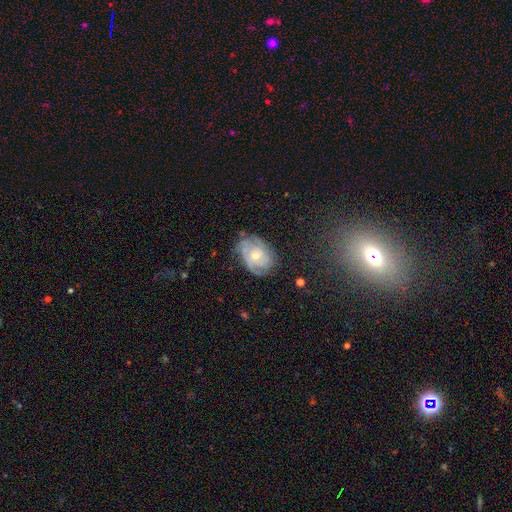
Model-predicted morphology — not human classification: Smooth or featured: featured or disk — 70% (smooth — 22%)
Edge-on disk: no — 97% (yes — 3%)
Bar: no — 78% (weak — 19%)
Spiral arms: yes — 86% (no — 14%)
Spiral winding: tight — 55% (medium — 33%)
Spiral arm count: can't tell — 43% (3 — 19%)
Bulge size: small — 50% (moderate — 46%)
Merging: none — 65% (minor disturbance — 23%)